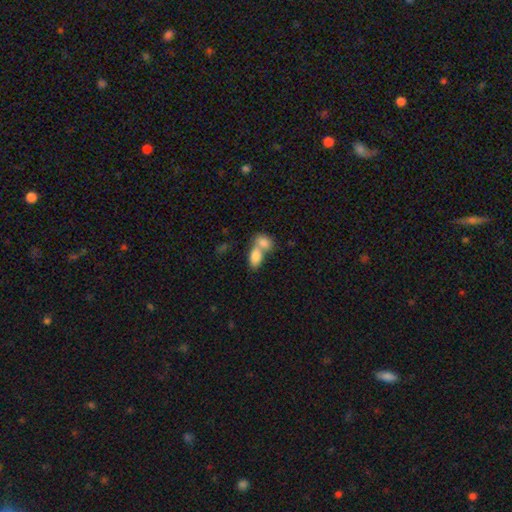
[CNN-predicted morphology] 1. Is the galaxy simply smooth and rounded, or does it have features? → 83% smooth, 10% featured or disk, 7% star or artifact.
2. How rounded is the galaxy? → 88% in between, 9% round, 3% cigar-shaped.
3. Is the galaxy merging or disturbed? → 66% merger, 24% none, 6% minor disturbance, 3% major disturbance.